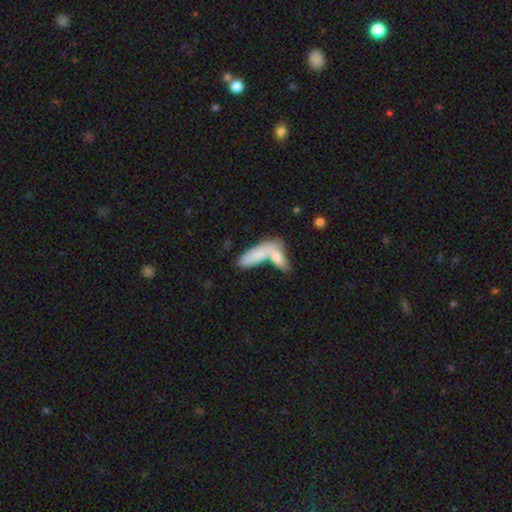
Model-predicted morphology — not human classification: A smooth galaxy with no disk features (78%) that is in between round and cigar-shaped (60%).

Vote fractions:
- Smooth or featured? smooth: 78% / featured or disk: 16% / star or artifact: 6%
- How rounded? in between: 60% / cigar-shaped: 38% / round: 2%
- Merging? merger: 58% / none: 28% / minor disturbance: 9% / major disturbance: 5%